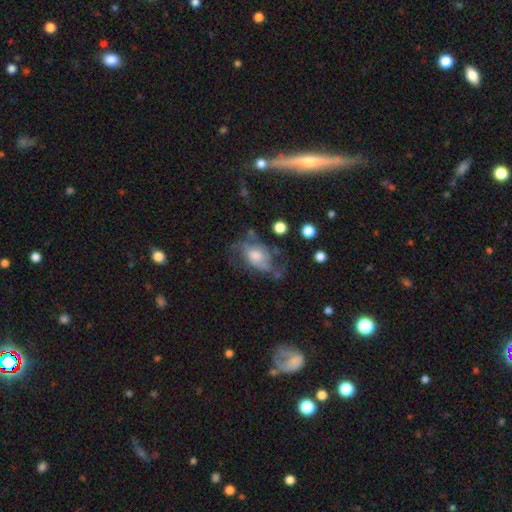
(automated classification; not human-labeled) This is likely a featured or disk galaxy (60%). It is clearly not viewed edge-on (93%). Bar: likely no (72%). Spiral arm pattern: likely yes (70%). Central bulge: possibly moderate (48%). Merging: marginally none (42%).